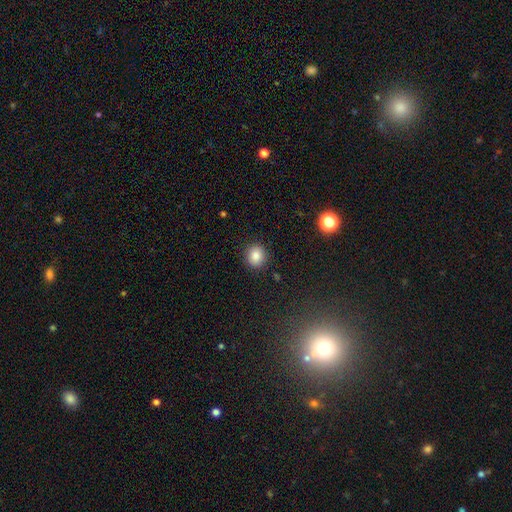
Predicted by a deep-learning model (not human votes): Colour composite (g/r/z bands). It shows a smooth galaxy with no disk features (84%) that is round (84%). Merging: none (90%).